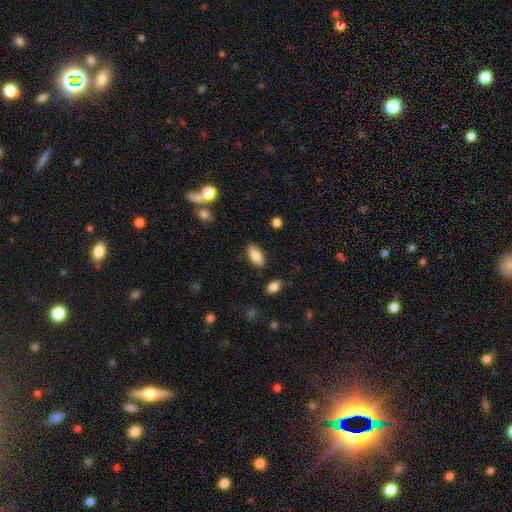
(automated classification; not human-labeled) Q: Smooth or featured?
A: smooth (84%); runner-up: featured or disk (9%)
Q: How rounded?
A: in between (89%); runner-up: cigar-shaped (8%)
Q: Merging?
A: none (85%); runner-up: minor disturbance (11%)